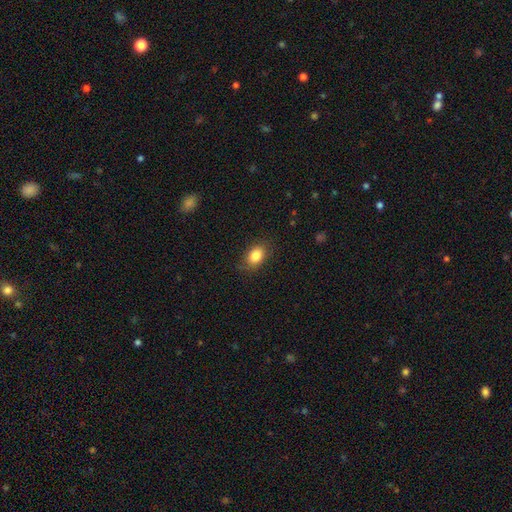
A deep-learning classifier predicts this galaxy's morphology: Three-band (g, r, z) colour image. It shows a smooth galaxy with no disk features (84%) that is in between round and cigar-shaped (79%). Merging: none (83%).